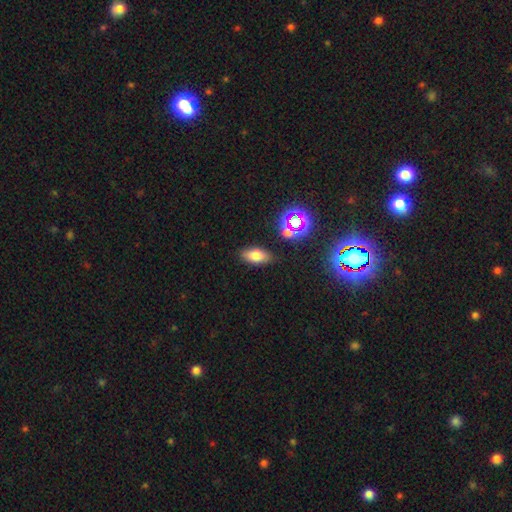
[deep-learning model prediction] Overall: smooth (72%). How rounded: in between (86%). Merging: none (84%).